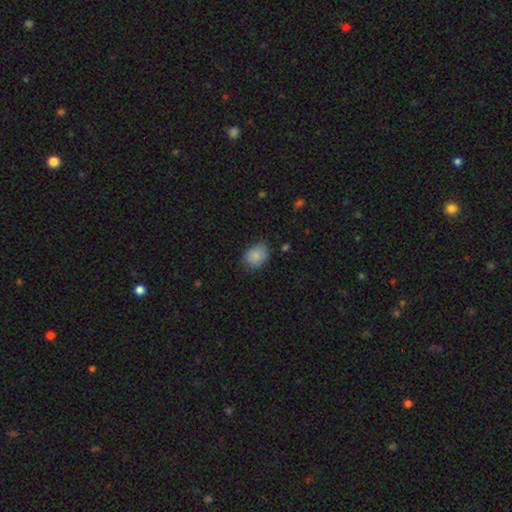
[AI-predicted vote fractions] Smooth or featured? smooth (87%)
How rounded? in between (61%)
Merging? none (73%)